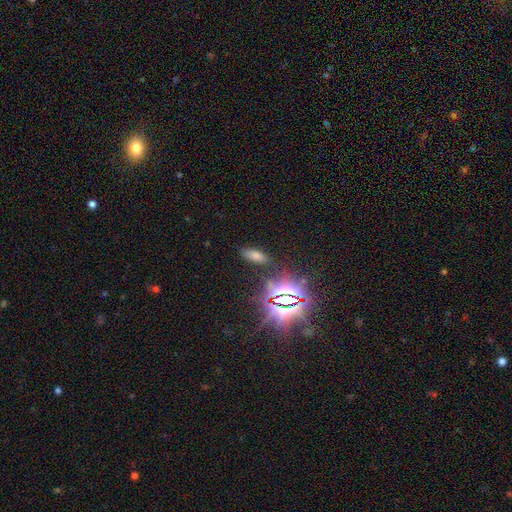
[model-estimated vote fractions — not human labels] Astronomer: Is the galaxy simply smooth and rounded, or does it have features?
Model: smooth — 51% (runner-up: star or artifact, 39%).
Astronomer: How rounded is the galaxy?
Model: in between — 74%.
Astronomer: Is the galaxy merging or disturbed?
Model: none — 84%.